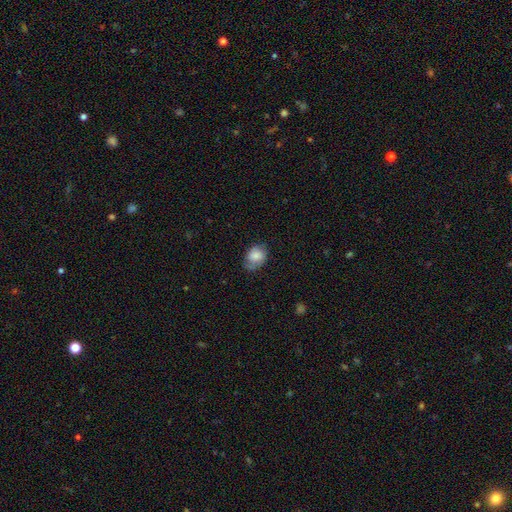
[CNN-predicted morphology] Smooth or featured? smooth (69%)
How rounded? in between (62%)
Merging? none (56%)